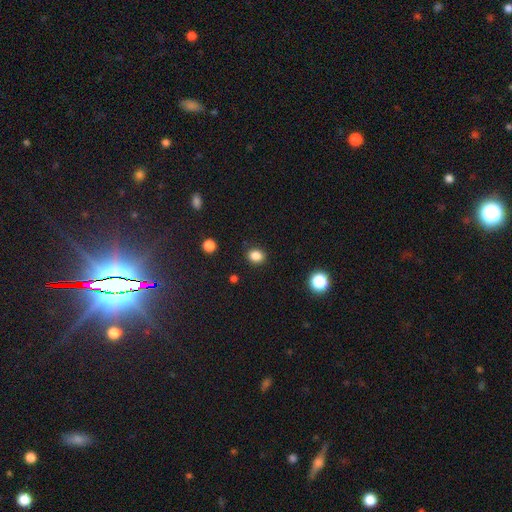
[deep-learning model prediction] The model was most divided on "how rounded": round: 60%, in between: 39%, cigar-shaped: 1%. More confident: merging — none (88%); smooth or featured — smooth (85%).